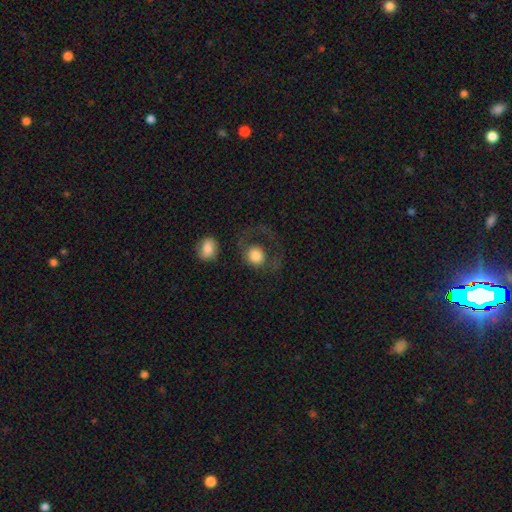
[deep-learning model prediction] Overall: smooth (72%). How rounded: round (77%). Merging: none (41%; major disturbance 37%).